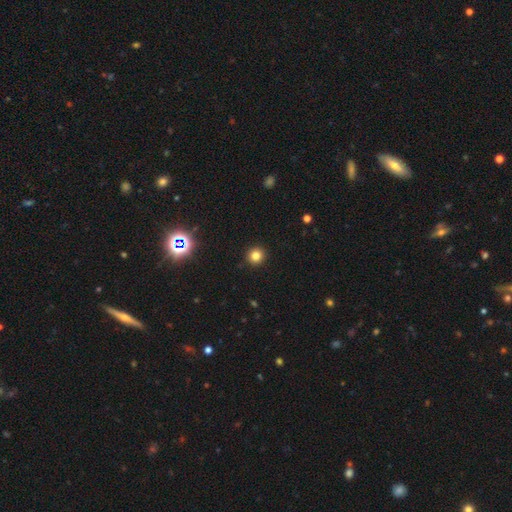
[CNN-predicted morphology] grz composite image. It shows a smooth galaxy with no disk features (80%) that is round (94%). Merging: none (93%).